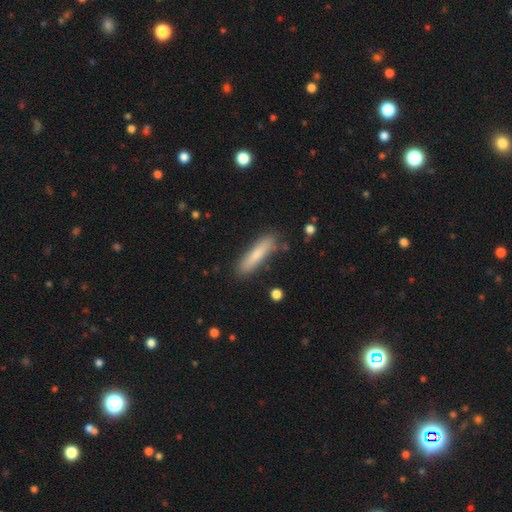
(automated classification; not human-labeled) Smooth or featured? smooth (76%)
How rounded? cigar-shaped (82%)
Merging? none (84%)